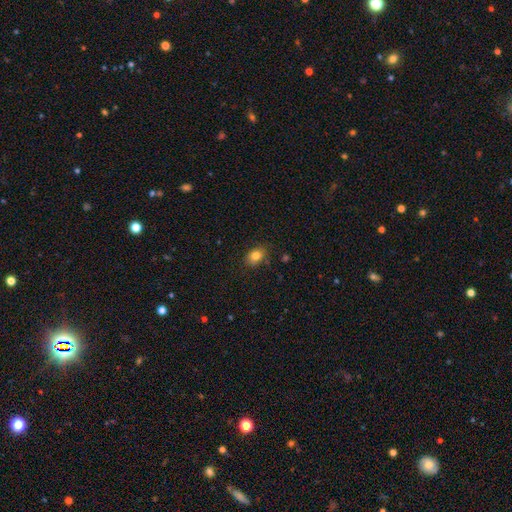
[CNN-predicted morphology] type=smooth (81%); roundness=in between (67%); merging=none (80%).